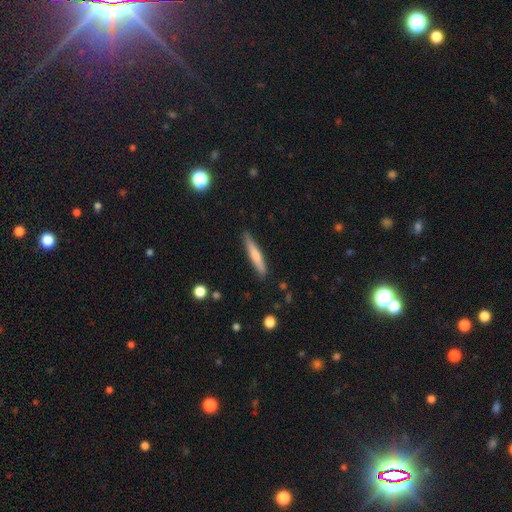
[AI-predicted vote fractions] The model was most divided on "smooth or featured": smooth: 65%, featured or disk: 29%, star or artifact: 6%. More confident: how rounded — cigar-shaped (92%); merging — none (86%).